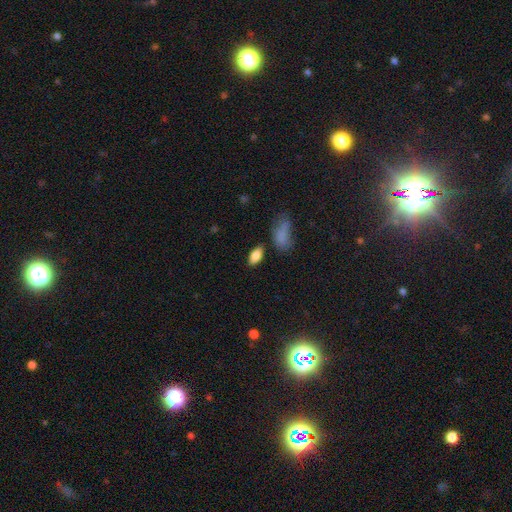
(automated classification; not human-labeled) Overall: smooth (85%). How rounded: in between (90%). Merging: none (80%).